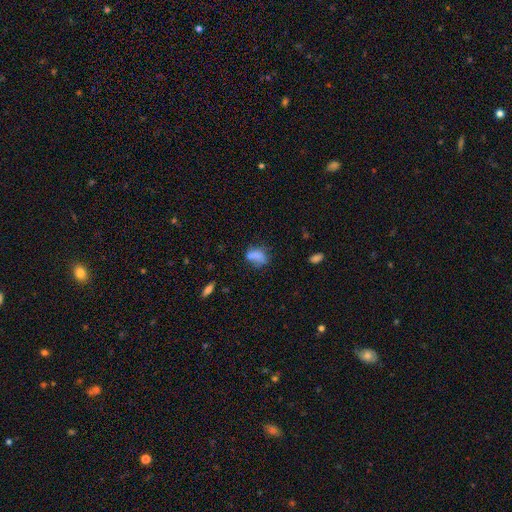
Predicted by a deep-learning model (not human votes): smooth 68%, featured or disk 20%, star or artifact 12%. Down the decision tree: how rounded — in between (68%); merging — none (41%).